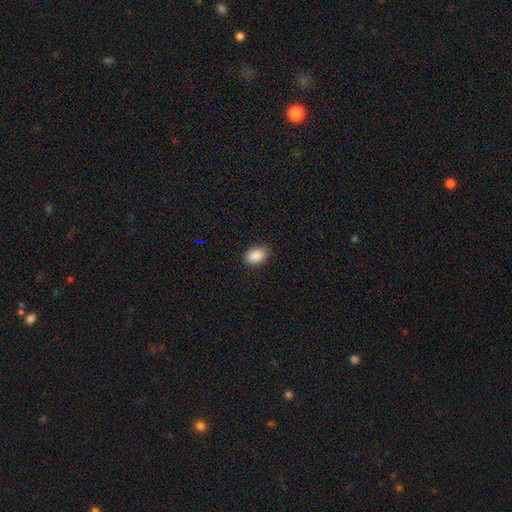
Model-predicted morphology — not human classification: Q: Smooth or featured?
A: smooth (89%); runner-up: star or artifact (8%)
Q: How rounded?
A: in between (86%); runner-up: round (13%)
Q: Merging?
A: none (84%); runner-up: minor disturbance (12%)